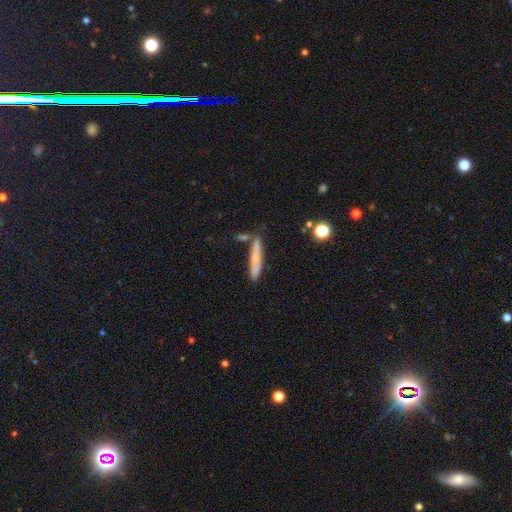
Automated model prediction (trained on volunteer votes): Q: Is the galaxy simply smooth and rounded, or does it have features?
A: smooth — 65%.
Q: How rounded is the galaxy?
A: cigar-shaped — 89%.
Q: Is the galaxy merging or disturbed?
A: none — 69%.